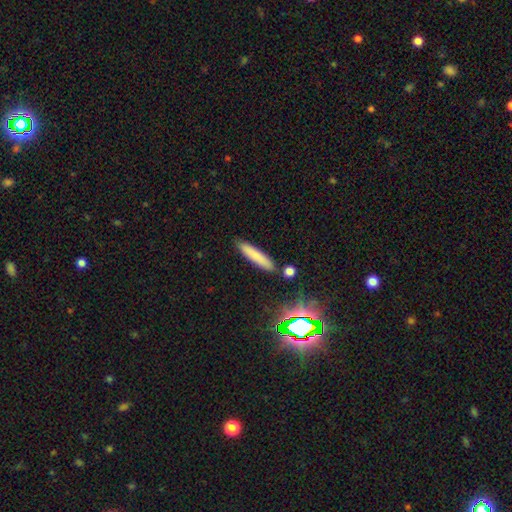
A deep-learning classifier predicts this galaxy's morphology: This appears to be a smooth galaxy with no disk features (75%) that is cigar-shaped (87%). Merging: none (86%).